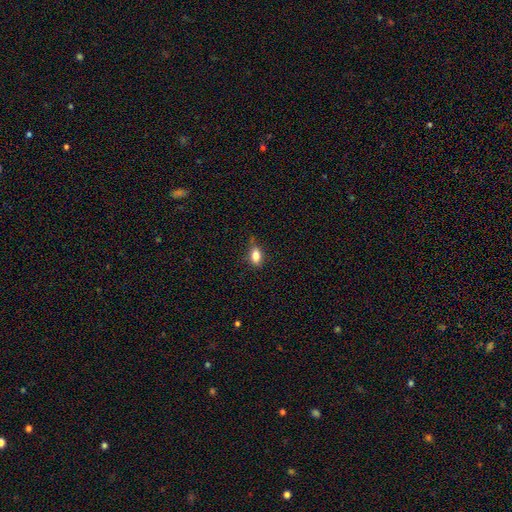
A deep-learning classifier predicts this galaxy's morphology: Q: Smooth or featured?
A: smooth (82%); runner-up: star or artifact (9%)
Q: How rounded?
A: in between (83%); runner-up: round (11%)
Q: Merging?
A: none (72%); runner-up: minor disturbance (21%)